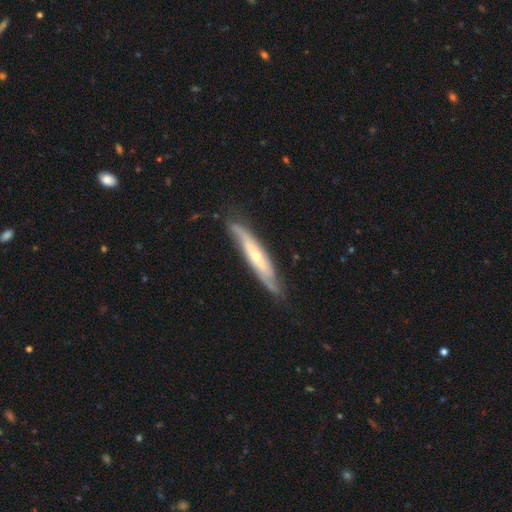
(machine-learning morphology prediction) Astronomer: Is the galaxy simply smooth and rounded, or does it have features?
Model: featured or disk — 72%.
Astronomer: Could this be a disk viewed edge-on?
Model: yes — 55% (runner-up: no, 45%).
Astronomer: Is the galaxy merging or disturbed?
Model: none — 75%.